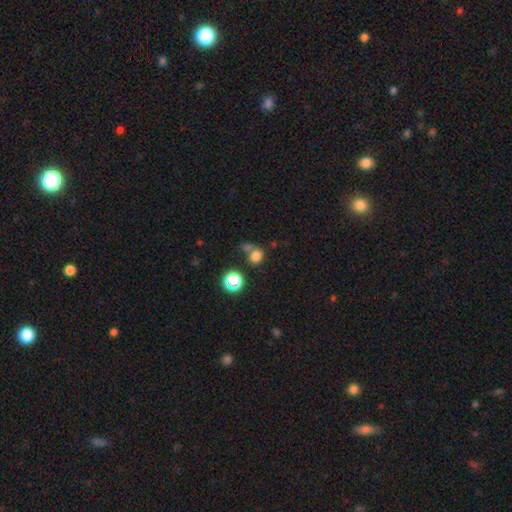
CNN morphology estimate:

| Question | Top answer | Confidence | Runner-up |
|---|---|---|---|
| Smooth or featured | smooth | 76% | star or artifact (17%) |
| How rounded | round | 75% | in between (24%) |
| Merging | none | 49% | merger (31%) |